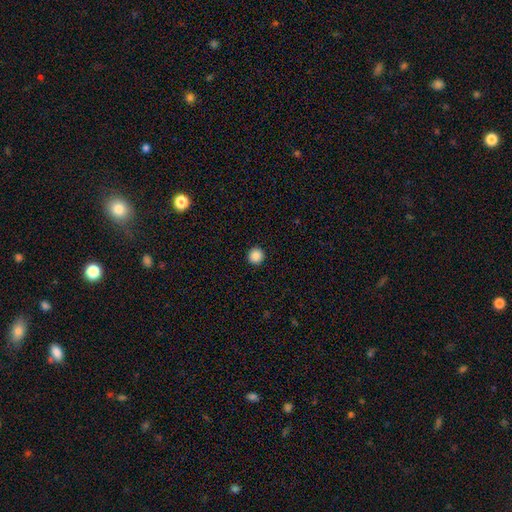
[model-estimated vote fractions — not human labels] A smooth galaxy with no disk features (88%) that is round (95%).

Vote fractions:
- Smooth or featured? smooth: 88% / star or artifact: 9% / featured or disk: 3%
- How rounded? round: 95% / in between: 4% / cigar-shaped: 1%
- Merging? none: 93% / minor disturbance: 4% / major disturbance: 2% / merger: 1%